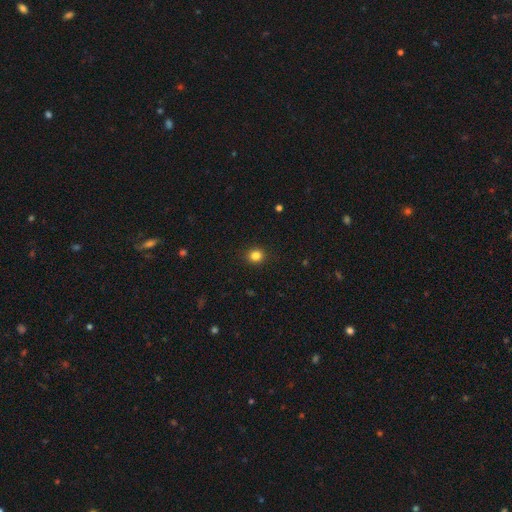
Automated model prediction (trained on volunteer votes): Smooth or featured? Predicted: smooth (p=0.83). How rounded? Predicted: round (p=0.86). Merging? Predicted: none (p=0.92).